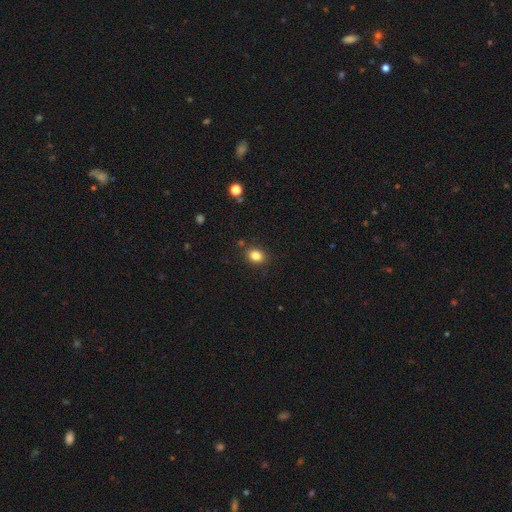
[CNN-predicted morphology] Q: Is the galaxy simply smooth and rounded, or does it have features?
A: smooth — 84%.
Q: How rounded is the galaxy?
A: in between — 60%.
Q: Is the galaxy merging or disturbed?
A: none — 85%.